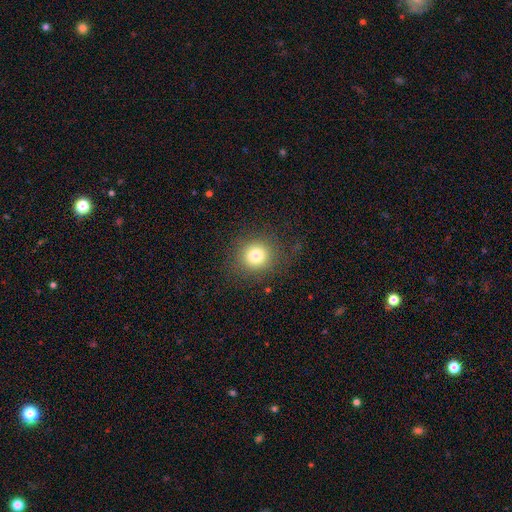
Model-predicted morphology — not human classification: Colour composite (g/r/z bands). It shows a smooth galaxy with no disk features (79%) that is round (88%). Merging: none (84%).